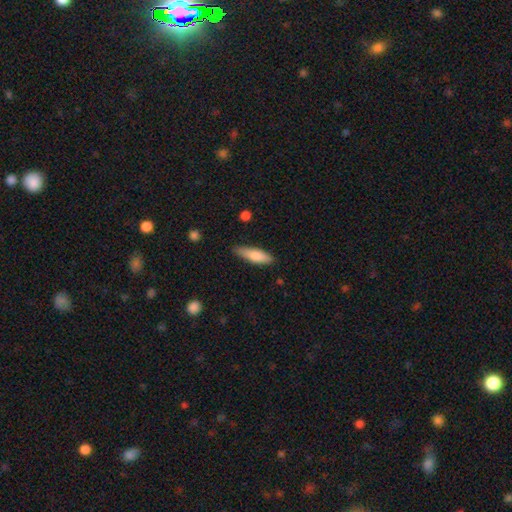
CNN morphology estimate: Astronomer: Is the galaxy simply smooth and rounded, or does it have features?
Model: smooth — 78%.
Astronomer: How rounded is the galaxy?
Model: cigar-shaped — 60% (runner-up: in between, 39%).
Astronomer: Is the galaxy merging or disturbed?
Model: none — 80%.